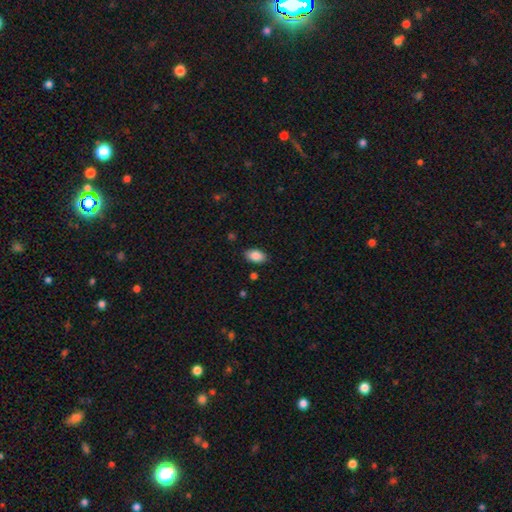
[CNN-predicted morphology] Smooth or featured? smooth (87%)
How rounded? in between (93%)
Merging? none (85%)